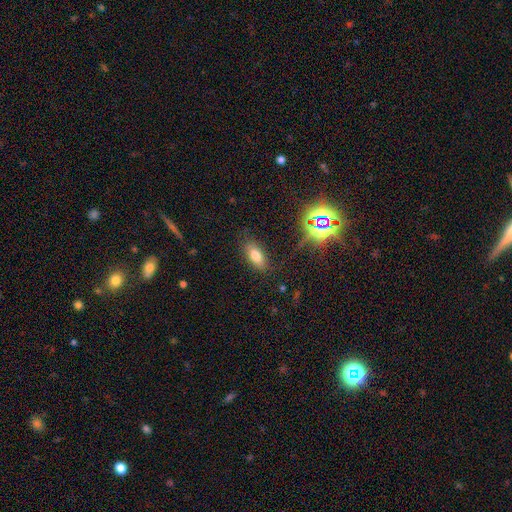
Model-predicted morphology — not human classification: This appears to be a smooth galaxy with no disk features (72%) that is in between round and cigar-shaped (83%). Merging: none (81%).